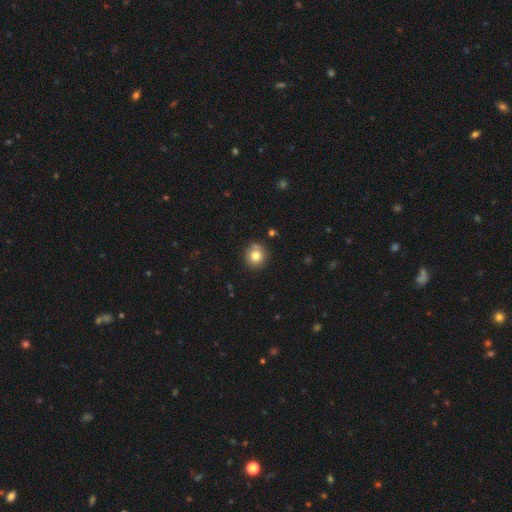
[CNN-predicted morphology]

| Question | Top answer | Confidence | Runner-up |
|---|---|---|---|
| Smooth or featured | smooth | 79% | star or artifact (11%) |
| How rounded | round | 91% | in between (8%) |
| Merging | none | 82% | minor disturbance (11%) |